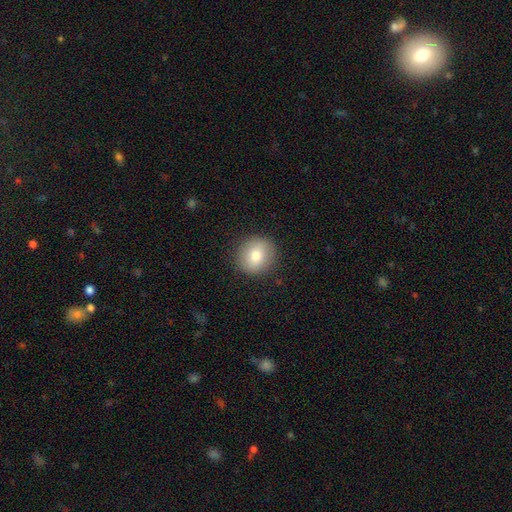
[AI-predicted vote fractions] Morphology: type=smooth (79%); roundness=round (87%); merging=none (89%).